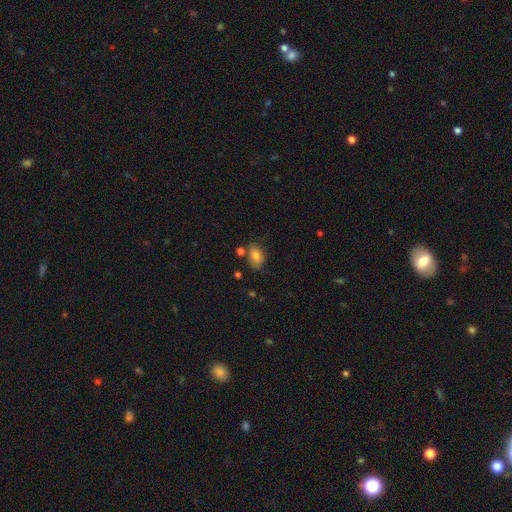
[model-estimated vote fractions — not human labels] Morphology: type=smooth (81%); roundness=in between (86%); merging=none (69%).